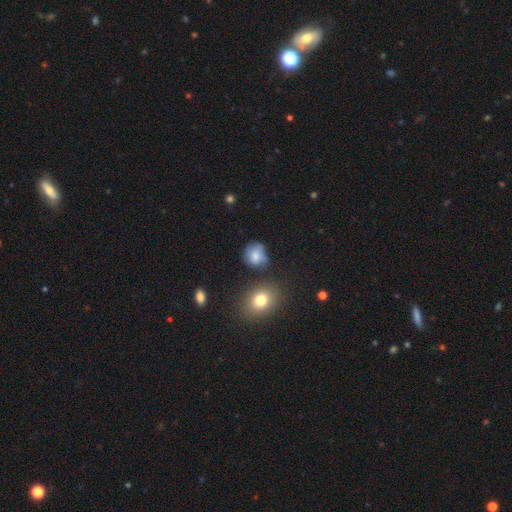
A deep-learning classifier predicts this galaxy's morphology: Q: Smooth or featured?
A: smooth (75%); runner-up: featured or disk (13%)
Q: How rounded?
A: round (74%); runner-up: in between (25%)
Q: Merging?
A: none (57%); runner-up: minor disturbance (27%)